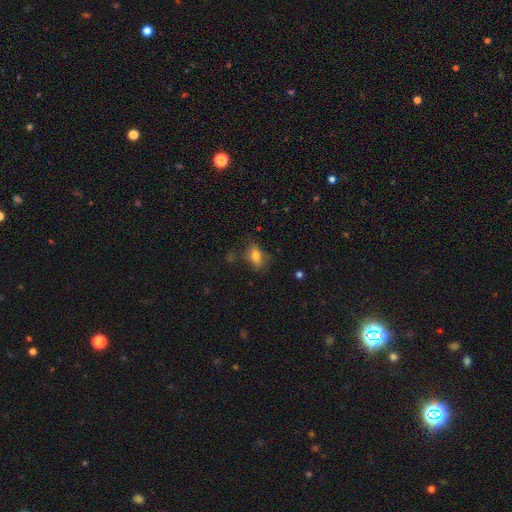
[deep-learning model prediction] Morphology: type=smooth (75%); roundness=in between (82%); merging=none (59%).